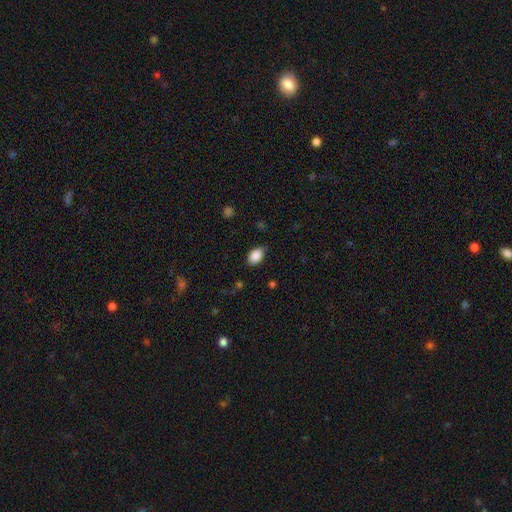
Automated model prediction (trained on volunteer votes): smooth_or_featured: smooth (p=0.89) [alt: star or artifact p=0.08]
how_rounded: in between (p=0.88) [alt: round p=0.10]
merging: none (p=0.80) [alt: minor disturbance p=0.16]